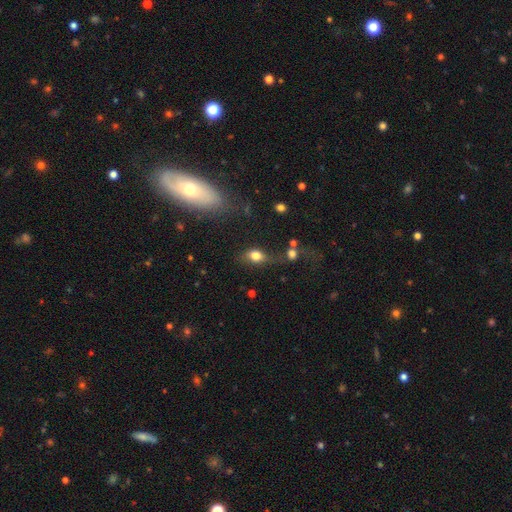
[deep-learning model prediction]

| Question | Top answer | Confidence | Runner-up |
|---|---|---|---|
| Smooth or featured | smooth | 77% | featured or disk (12%) |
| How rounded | in between | 71% | round (25%) |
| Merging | none | 43% | minor disturbance (22%) |